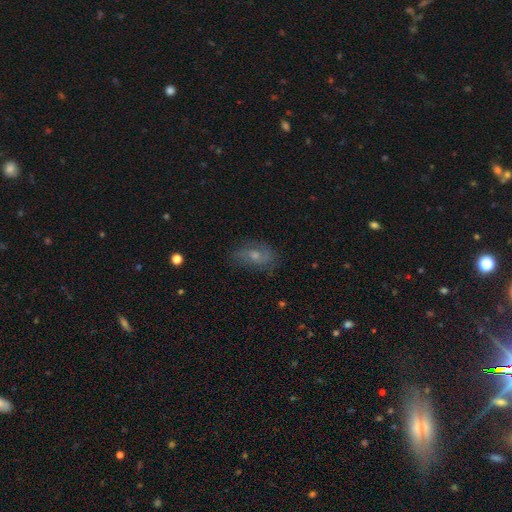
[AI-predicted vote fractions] Smooth or featured? featured or disk (47%)
Merging? none (66%)